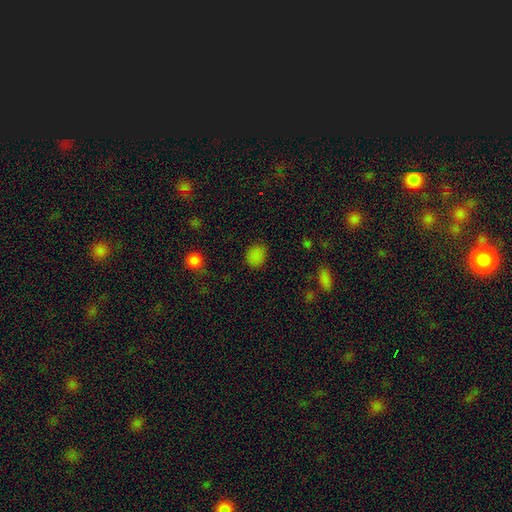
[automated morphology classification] This appears to be a smooth galaxy with no disk features (79%) that is round (57%). Merging: none (82%).